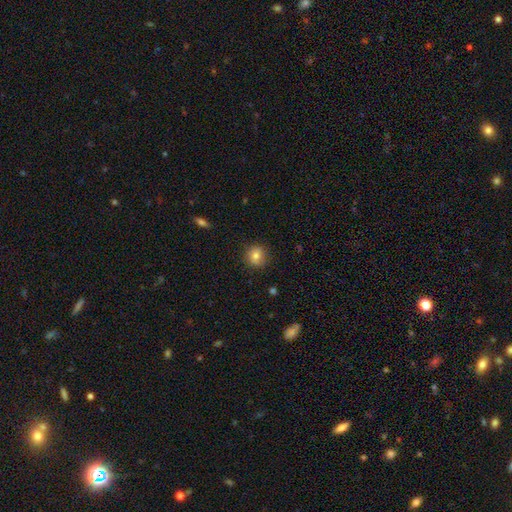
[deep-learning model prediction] A smooth galaxy with no disk features (79%) that is round (87%). Merging: none (86%).